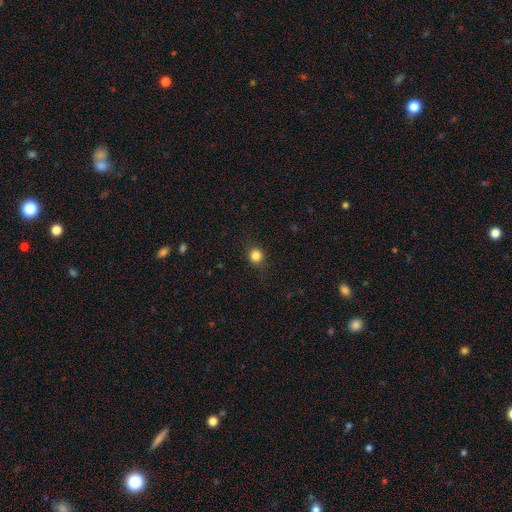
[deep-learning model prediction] Overall: smooth (83%). How rounded: round (87%). Merging: none (87%).